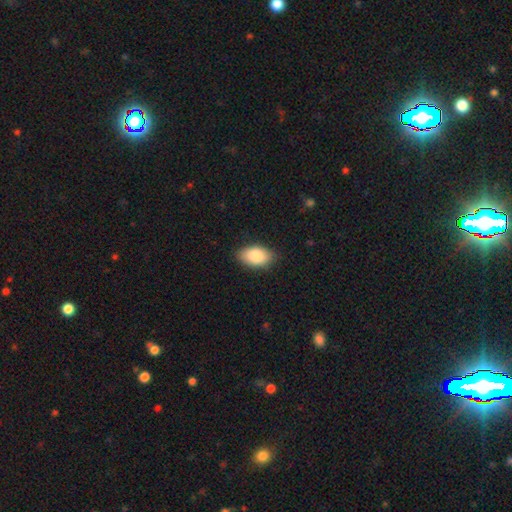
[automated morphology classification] smooth-or-featured: smooth: 86% | featured or disk: 7% | star or artifact: 6%
  how-rounded: in between: 93% | round: 6% | cigar-shaped: 1%
  merging: none: 85% | minor disturbance: 11% | major disturbance: 2% | merger: 1%